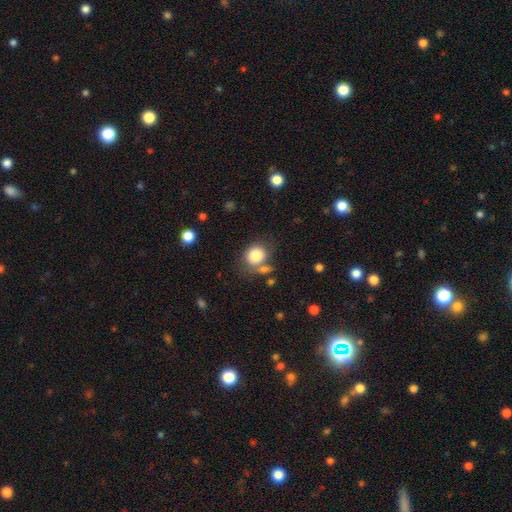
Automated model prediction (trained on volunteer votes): Smooth or featured? smooth (82%)
How rounded? round (74%)
Merging? none (61%)